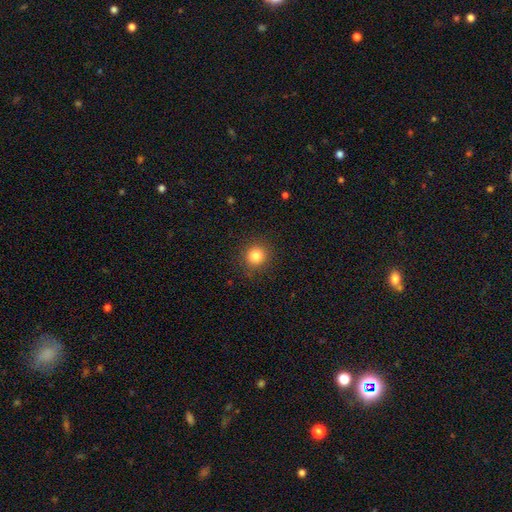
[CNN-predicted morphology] Smooth or featured?
  - smooth: 84% *
  - star or artifact: 11%
  - featured or disk: 5%
How rounded?
  - round: 90% *
  - in between: 9%
  - cigar-shaped: 1%
Merging?
  - none: 88% *
  - minor disturbance: 8%
  - major disturbance: 3%
  - merger: 1%